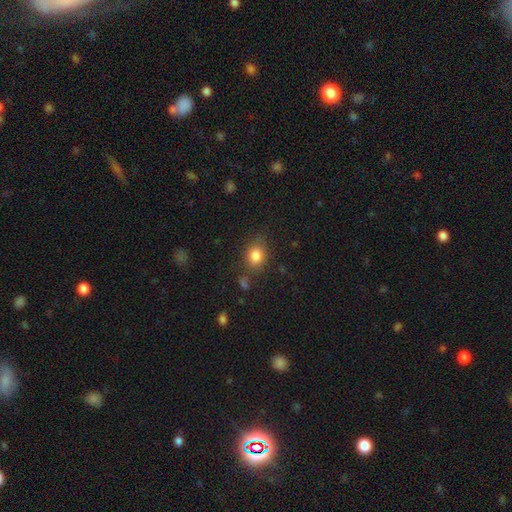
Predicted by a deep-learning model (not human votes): A smooth galaxy with no disk features (83%) that is round (53%).

Vote fractions:
- Smooth or featured? smooth: 83% / star or artifact: 10% / featured or disk: 7%
- How rounded? round: 53% / in between: 46% / cigar-shaped: 1%
- Merging? none: 75% / minor disturbance: 16% / major disturbance: 5% / merger: 4%